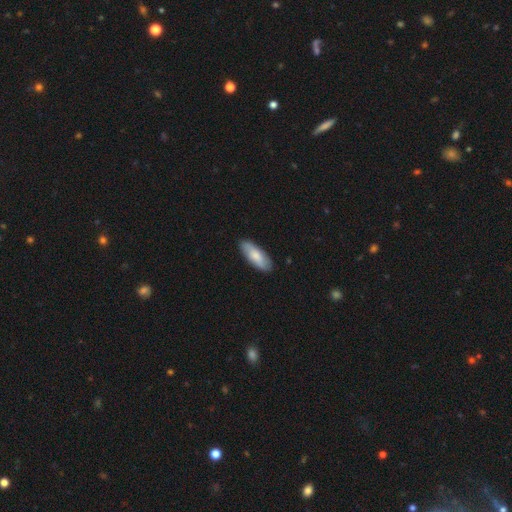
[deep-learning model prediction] This appears to be a smooth galaxy with no disk features (76%) that is in between round and cigar-shaped (73%). Merging: none (85%).